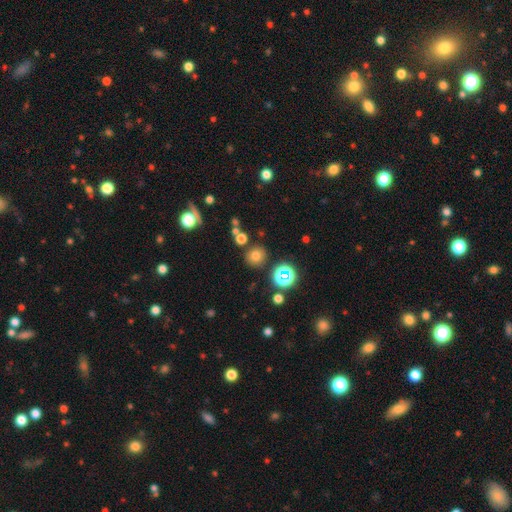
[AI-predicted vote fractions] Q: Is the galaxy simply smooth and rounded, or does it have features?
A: smooth — 70%.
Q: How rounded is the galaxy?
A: round — 90%.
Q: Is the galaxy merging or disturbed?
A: none — 83%.